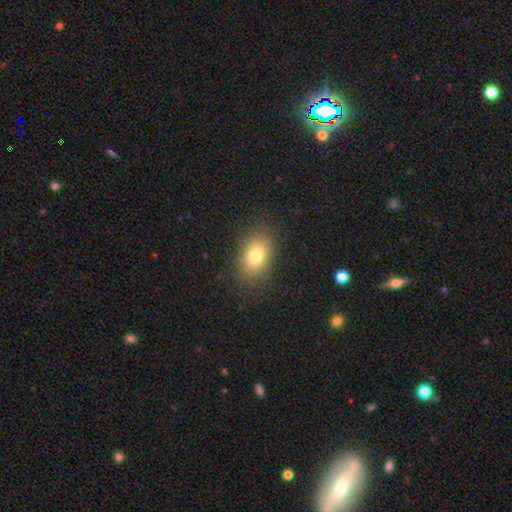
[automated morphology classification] type=smooth (78%); roundness=in between (82%); merging=none (86%).